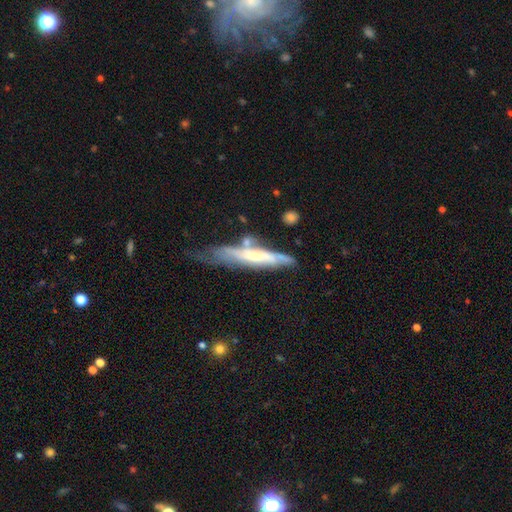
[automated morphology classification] Q: Smooth or featured?
A: featured or disk (66%); runner-up: smooth (28%)
Q: Edge-on disk?
A: yes (62%); runner-up: no (38%)
Q: Merging?
A: none (44%); runner-up: minor disturbance (29%)